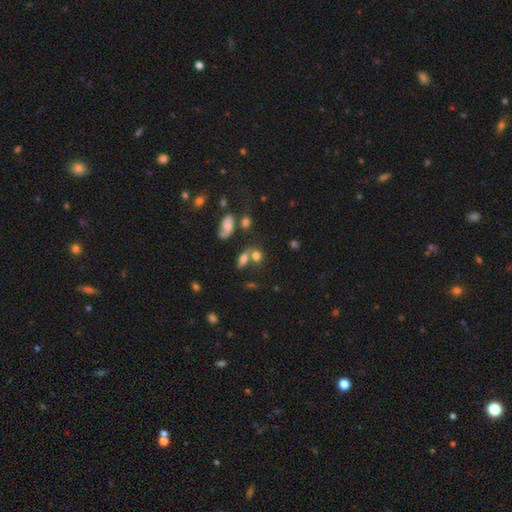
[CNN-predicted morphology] smooth_or_featured: smooth (p=0.70) [alt: featured or disk p=0.15]
how_rounded: in between (p=0.55) [alt: round p=0.40]
merging: none (p=0.43) [alt: merger p=0.38]